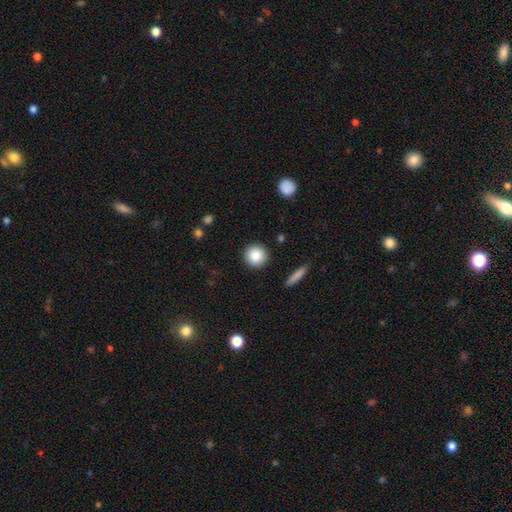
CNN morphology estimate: A smooth galaxy with no disk features (87%) that is round (94%).

Vote fractions:
- Smooth or featured? smooth: 87% / star or artifact: 8% / featured or disk: 5%
- How rounded? round: 94% / in between: 5% / cigar-shaped: 1%
- Merging? none: 92% / minor disturbance: 5% / major disturbance: 2% / merger: 1%